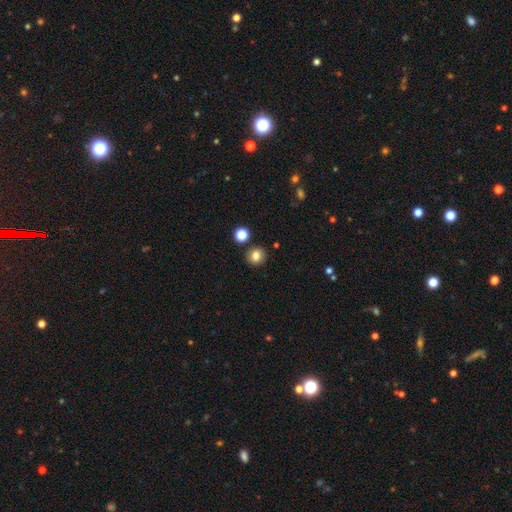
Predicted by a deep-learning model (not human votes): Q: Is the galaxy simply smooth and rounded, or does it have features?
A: smooth — 81%.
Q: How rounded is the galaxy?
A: round — 84%.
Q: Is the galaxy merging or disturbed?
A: none — 86%.